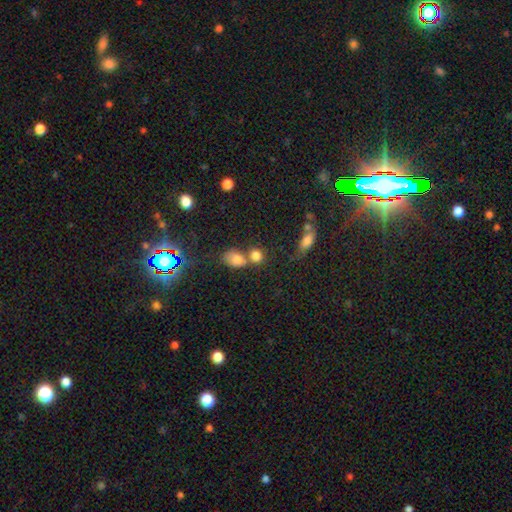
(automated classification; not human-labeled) Morphology: type=smooth (79%); roundness=round (53%); merging=merger (47%).